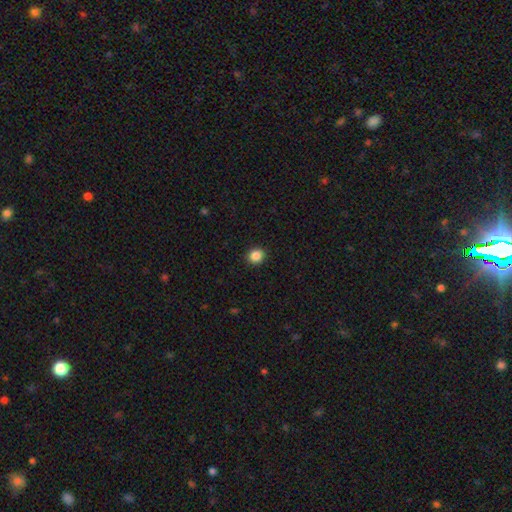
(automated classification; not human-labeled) smooth-or-featured: smooth: 87% | star or artifact: 10% | featured or disk: 3%
  how-rounded: round: 85% | in between: 14% | cigar-shaped: 1%
  merging: none: 92% | minor disturbance: 6% | major disturbance: 2% | merger: 1%